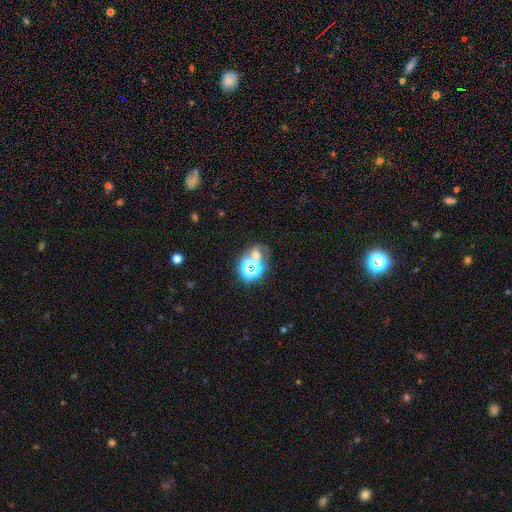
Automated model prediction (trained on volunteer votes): smooth_or_featured: star or artifact (p=0.48) [alt: smooth p=0.37]